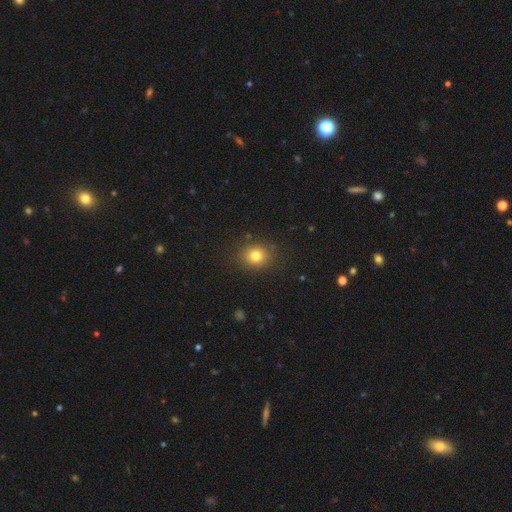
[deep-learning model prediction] Smooth or featured: smooth — 79% (star or artifact — 13%)
How rounded: round — 72% (in between — 27%)
Merging: none — 87% (minor disturbance — 9%)